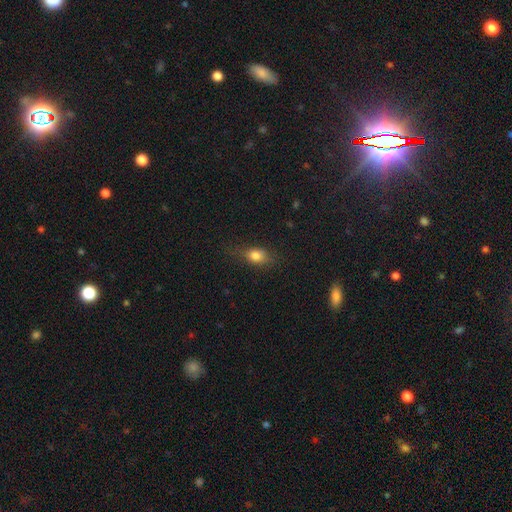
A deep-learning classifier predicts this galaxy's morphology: smooth 78%, featured or disk 12%, star or artifact 11%. Down the decision tree: how rounded — in between (67%); merging — none (71%).